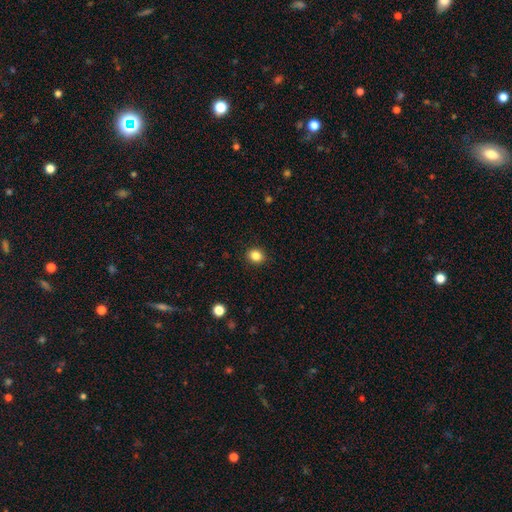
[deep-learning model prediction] The model was most divided on "how rounded": round: 66%, in between: 34%, cigar-shaped: 1%. More confident: merging — none (90%); smooth or featured — smooth (85%).